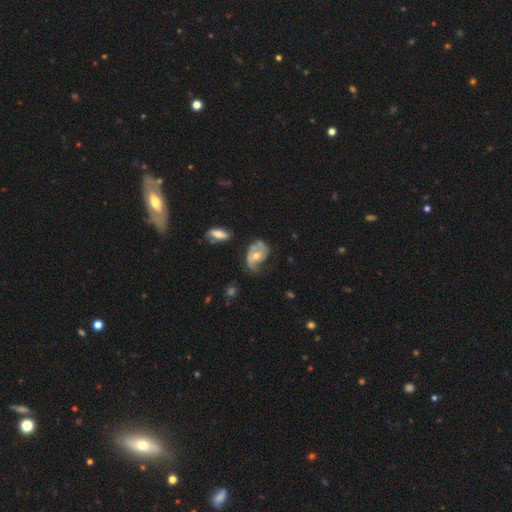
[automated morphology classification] featured or disk 64%, smooth 29%, star or artifact 7%. Down the decision tree: edge-on disk — no (95%); bar — no (74%); spiral arms — yes (72%); bulge size — moderate (67%); merging — major disturbance (33%, tied with none).